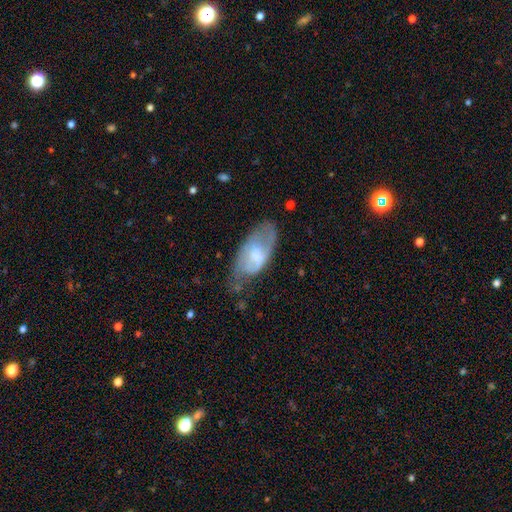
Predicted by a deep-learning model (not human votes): A featured or disk galaxy (48%).

Vote fractions:
- Smooth or featured? featured or disk: 48% / smooth: 45% / star or artifact: 7%
- Merging? none: 44% / minor disturbance: 35% / major disturbance: 18% / merger: 3%